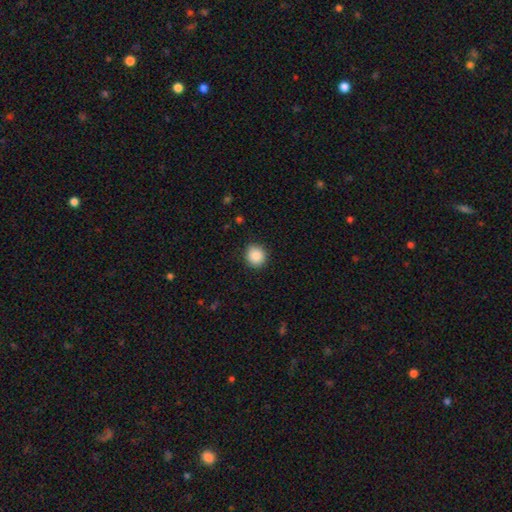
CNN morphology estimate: Smooth or featured?
  - smooth: 88% *
  - star or artifact: 8%
  - featured or disk: 4%
How rounded?
  - round: 90% *
  - in between: 9%
  - cigar-shaped: 1%
Merging?
  - none: 90% *
  - minor disturbance: 7%
  - major disturbance: 2%
  - merger: 1%